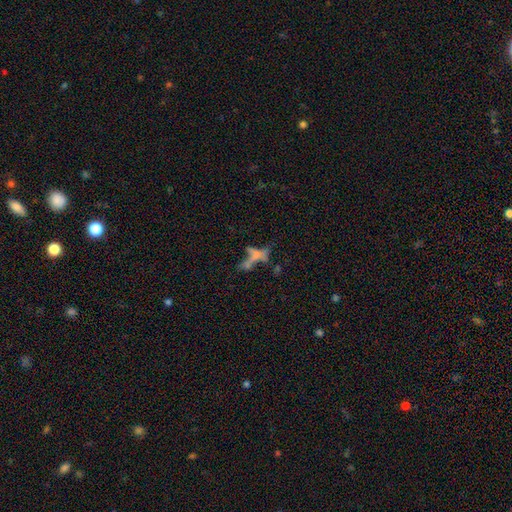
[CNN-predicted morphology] Smooth or featured? smooth (45%)
Merging? merger (39%)